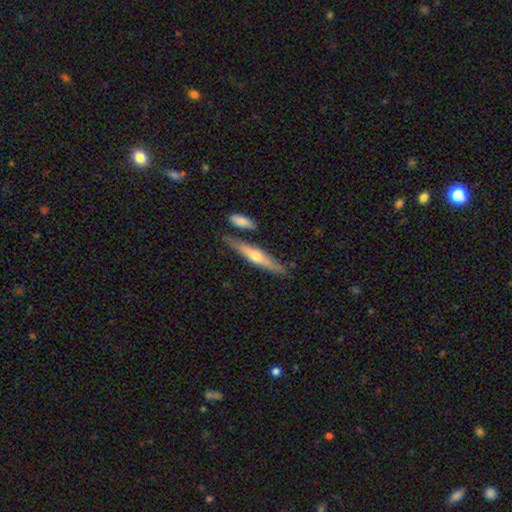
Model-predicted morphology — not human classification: Smooth or featured?
  - featured or disk: 59% *
  - smooth: 35%
  - star or artifact: 5%
Edge-on disk?
  - yes: 95% *
  - no: 5%
Edge-on bulge?
  - rounded: 87% *
  - none: 9%
  - boxy: 4%
Merging?
  - none: 80% *
  - minor disturbance: 10%
  - merger: 7%
  - major disturbance: 2%